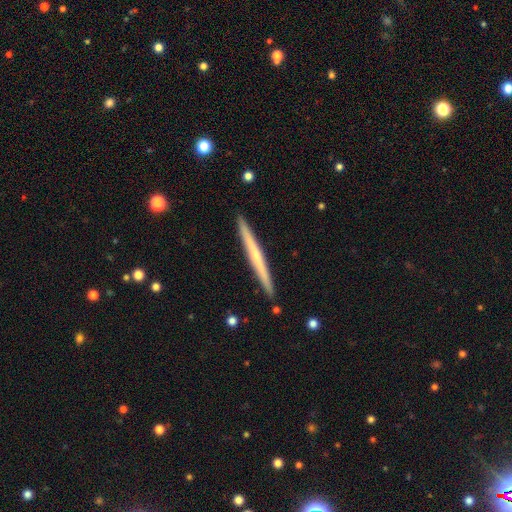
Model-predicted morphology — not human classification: Overall: featured or disk (57%; smooth 38%). Edge-on disk: yes (98%). Edge-on bulge: none (66%; rounded 30%). Merging: none (92%).